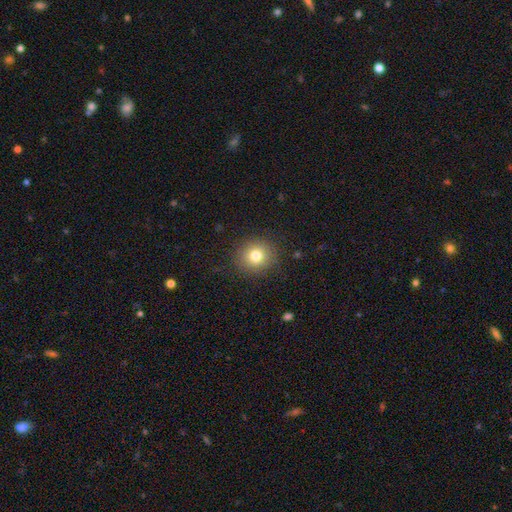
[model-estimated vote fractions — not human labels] Smooth or featured?
  - smooth: 78% *
  - star or artifact: 12%
  - featured or disk: 10%
How rounded?
  - round: 88% *
  - in between: 12%
  - cigar-shaped: 1%
Merging?
  - none: 88% *
  - minor disturbance: 8%
  - major disturbance: 3%
  - merger: 1%